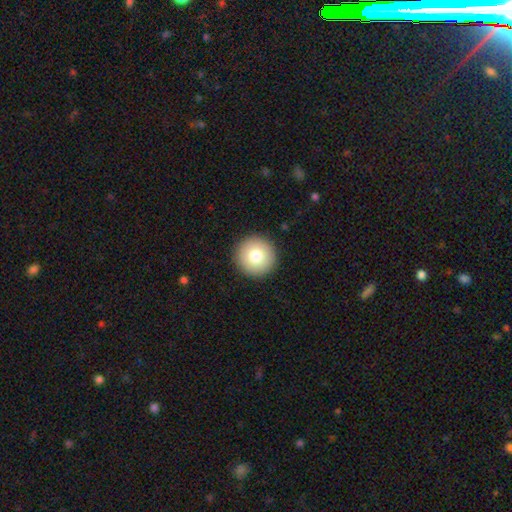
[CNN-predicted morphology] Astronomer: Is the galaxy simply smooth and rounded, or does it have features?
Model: smooth — 80%.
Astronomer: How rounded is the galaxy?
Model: round — 96%.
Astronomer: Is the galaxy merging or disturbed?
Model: none — 93%.